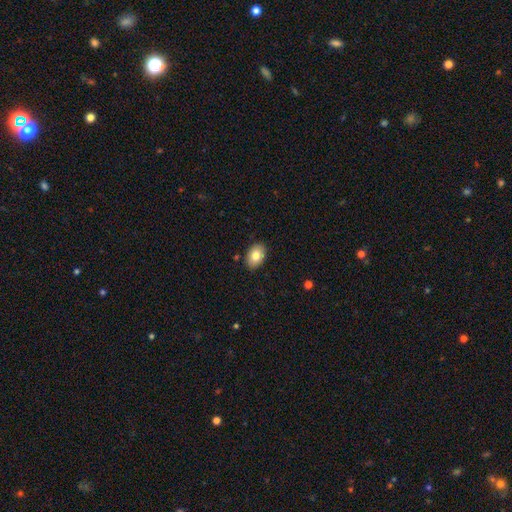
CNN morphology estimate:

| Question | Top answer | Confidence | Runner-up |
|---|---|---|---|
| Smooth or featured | smooth | 81% | featured or disk (11%) |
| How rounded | in between | 83% | round (16%) |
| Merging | none | 88% | minor disturbance (8%) |